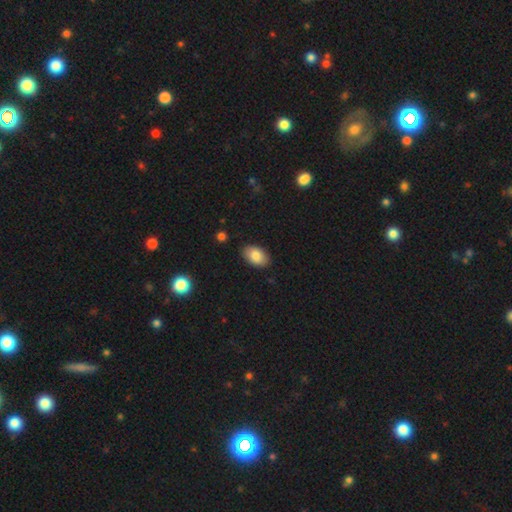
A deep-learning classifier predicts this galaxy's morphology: smooth 84%, featured or disk 9%, star or artifact 7%. Down the decision tree: how rounded — in between (91%); merging — none (87%).